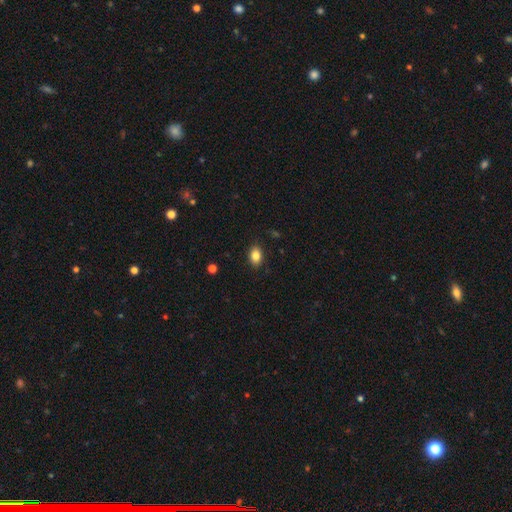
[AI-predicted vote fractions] This is clearly a smooth galaxy (84%). How rounded: clearly in between (82%). Merging: clearly none (87%).